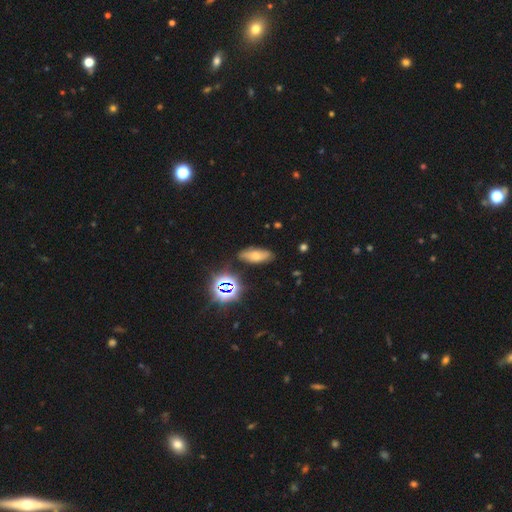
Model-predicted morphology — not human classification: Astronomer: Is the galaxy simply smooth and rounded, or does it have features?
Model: smooth — 55%.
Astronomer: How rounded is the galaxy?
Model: in between — 75%.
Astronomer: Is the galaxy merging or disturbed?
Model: none — 80%.